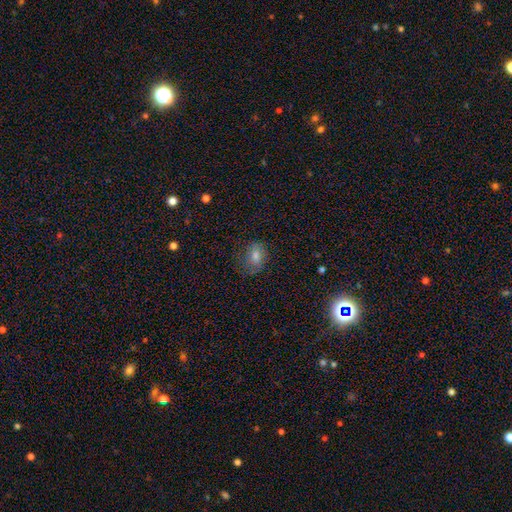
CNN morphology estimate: A smooth galaxy with no disk features (61%) that is in between round and cigar-shaped (60%). Merging: none (68%).